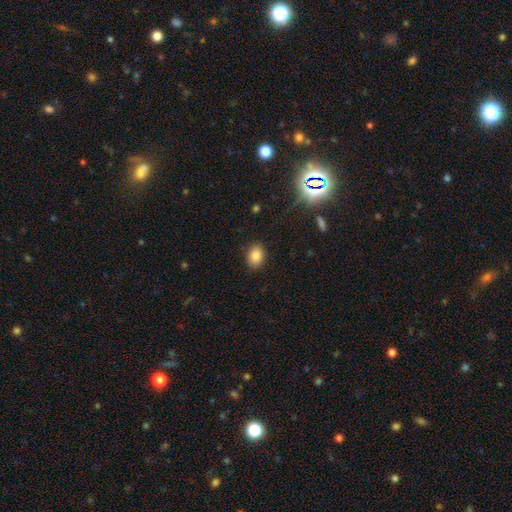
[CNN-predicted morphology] Overall: smooth (83%). How rounded: in between (68%; round 31%). Merging: none (87%).